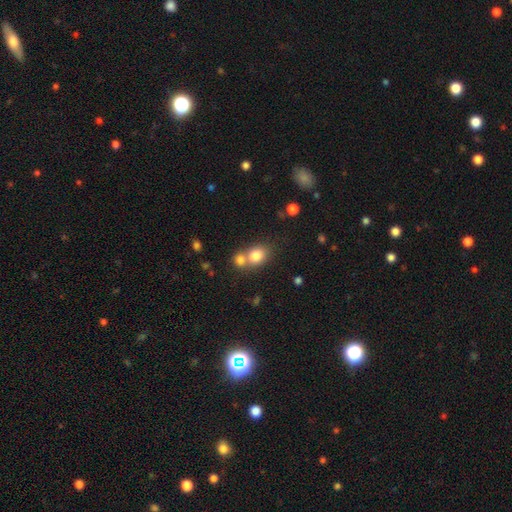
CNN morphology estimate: Smooth or featured? smooth (79%)
How rounded? round (58%)
Merging? merger (47%)